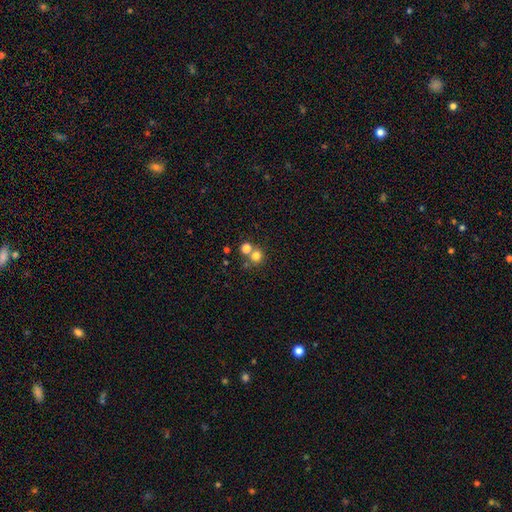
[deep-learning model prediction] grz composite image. It shows a smooth galaxy with no disk features (76%) that is round (90%). Merging: none (58%).